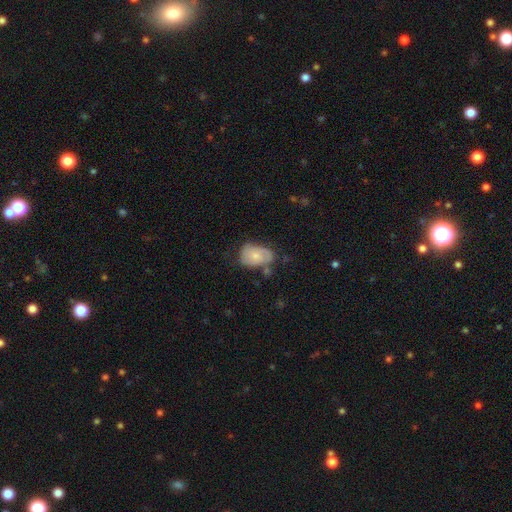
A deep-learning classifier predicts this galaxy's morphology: A smooth galaxy with no disk features (60%) that is in between round and cigar-shaped (84%).

Vote fractions:
- Smooth or featured? smooth: 60% / featured or disk: 33% / star or artifact: 7%
- How rounded? in between: 84% / round: 15% / cigar-shaped: 1%
- Merging? none: 41% / minor disturbance: 36% / major disturbance: 14% / merger: 9%